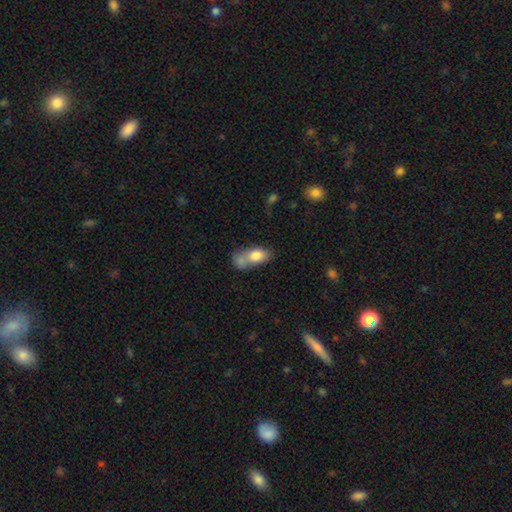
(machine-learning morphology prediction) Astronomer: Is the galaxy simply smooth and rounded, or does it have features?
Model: smooth — 78%.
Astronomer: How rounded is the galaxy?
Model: in between — 84%.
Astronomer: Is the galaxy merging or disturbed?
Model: merger — 50% (runner-up: none, 27%).